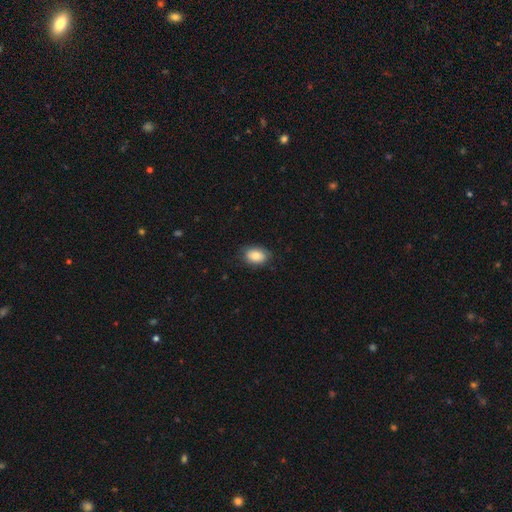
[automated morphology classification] smooth-or-featured: smooth: 81% | featured or disk: 12% | star or artifact: 7%
  how-rounded: in between: 84% | round: 15% | cigar-shaped: 1%
  merging: none: 77% | minor disturbance: 18% | major disturbance: 4% | merger: 1%